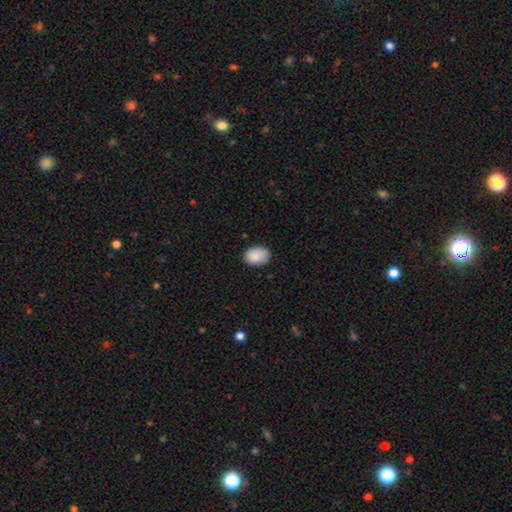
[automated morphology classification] type=smooth (88%); roundness=in between (74%); merging=none (80%).